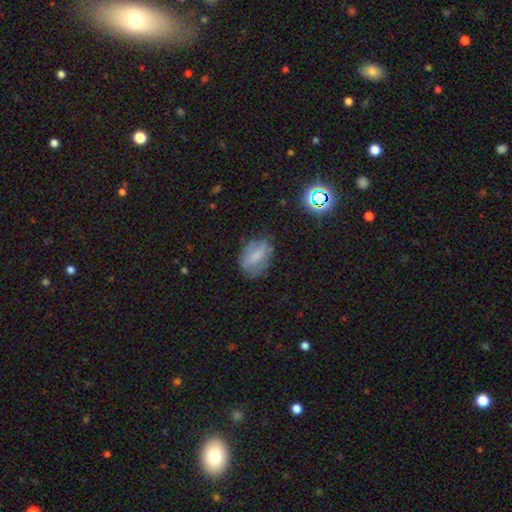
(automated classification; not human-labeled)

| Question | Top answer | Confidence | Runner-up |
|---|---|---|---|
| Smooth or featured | smooth | 62% | featured or disk (26%) |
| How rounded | in between | 80% | round (16%) |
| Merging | none | 67% | minor disturbance (23%) |